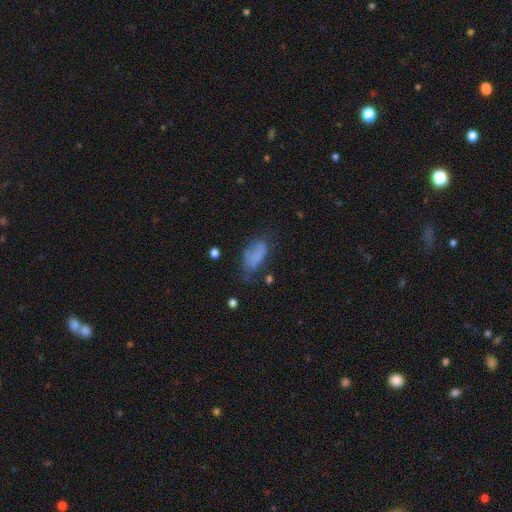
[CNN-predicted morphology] Smooth or featured? Predicted: smooth (p=0.68). How rounded? Predicted: in between (p=0.89). Merging? Predicted: none (p=0.43).